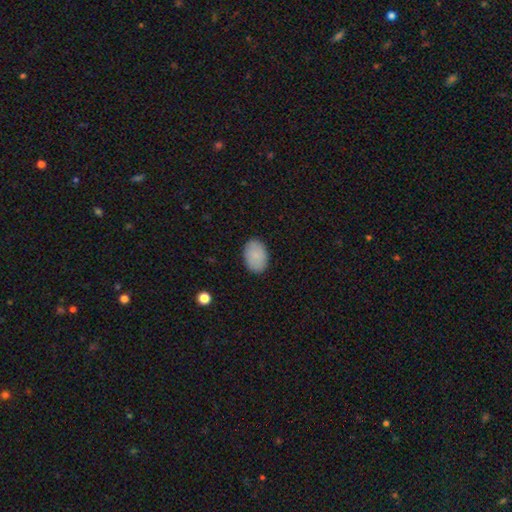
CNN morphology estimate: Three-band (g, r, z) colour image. It shows a smooth galaxy with no disk features (87%) that is in between round and cigar-shaped (84%). Merging: none (88%).